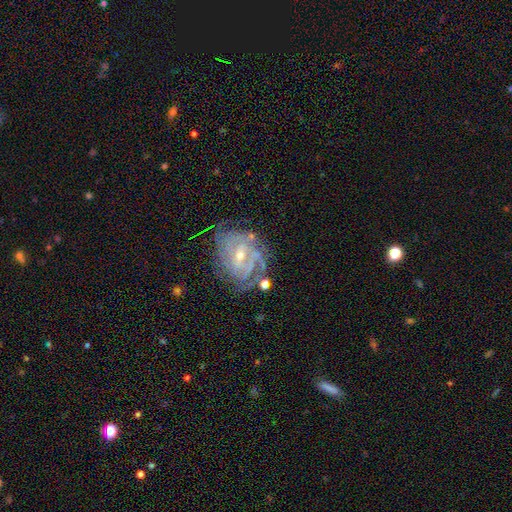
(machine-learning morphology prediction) type=featured or disk (87%); edge-on=no (97%); bar=weak (49%); spiral arms=yes (95%); winding=tight (69%); arm count=can't tell (30%); bulge=small (62%); merging=none (65%).